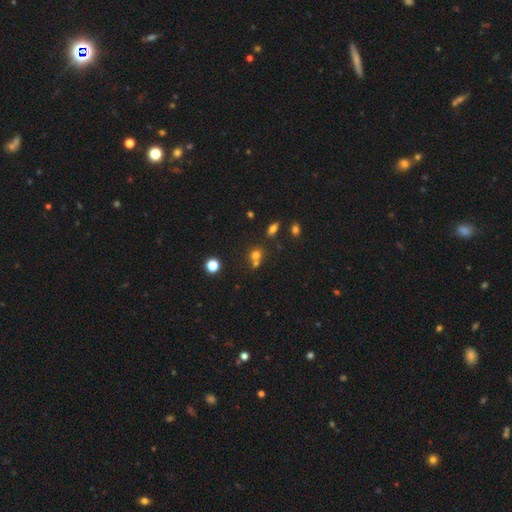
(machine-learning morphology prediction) smooth 68%, star or artifact 20%, featured or disk 12%. Down the decision tree: how rounded — round (78%); merging — none (47%).